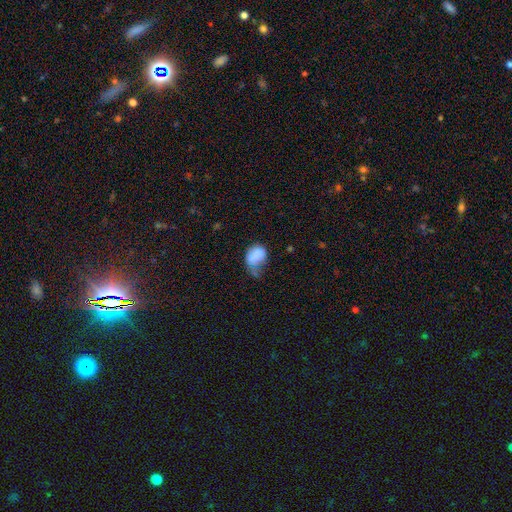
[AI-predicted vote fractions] Smooth or featured?
  - smooth: 79% *
  - featured or disk: 12%
  - star or artifact: 9%
How rounded?
  - in between: 66% *
  - round: 33%
  - cigar-shaped: 1%
Merging?
  - minor disturbance: 37% *
  - major disturbance: 30%
  - none: 26%
  - merger: 7%